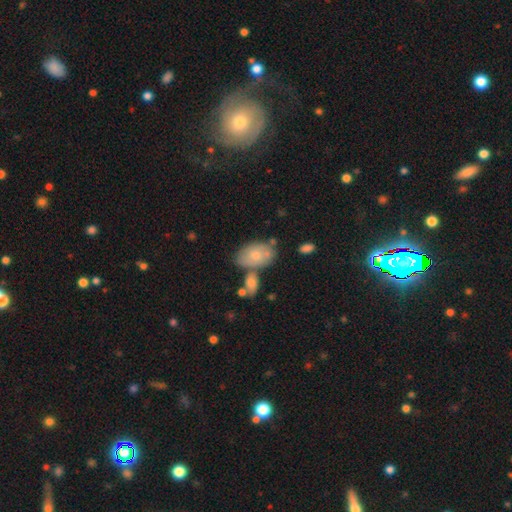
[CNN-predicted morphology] Q: Smooth or featured?
A: smooth (69%); runner-up: featured or disk (25%)
Q: How rounded?
A: in between (89%); runner-up: round (10%)
Q: Merging?
A: none (49%); runner-up: merger (26%)